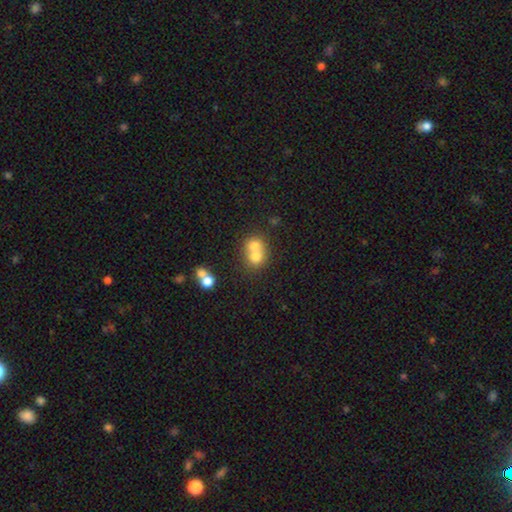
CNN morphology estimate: Smooth or featured: smooth — 69% (featured or disk — 19%)
How rounded: round — 77% (in between — 22%)
Merging: merger — 66% (none — 27%)